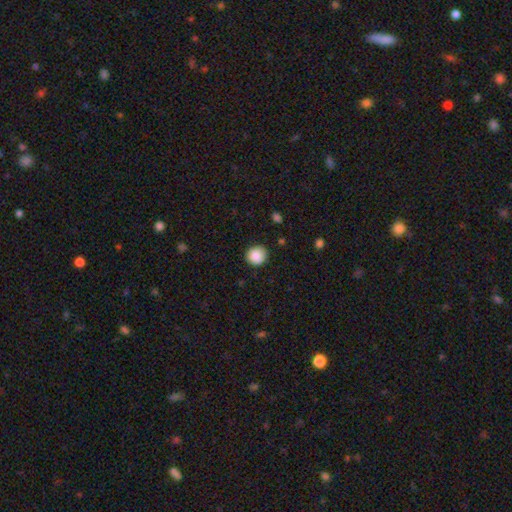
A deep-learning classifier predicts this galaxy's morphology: Smooth or featured: smooth — 86% (star or artifact — 9%)
How rounded: round — 91% (in between — 9%)
Merging: none — 88% (minor disturbance — 8%)